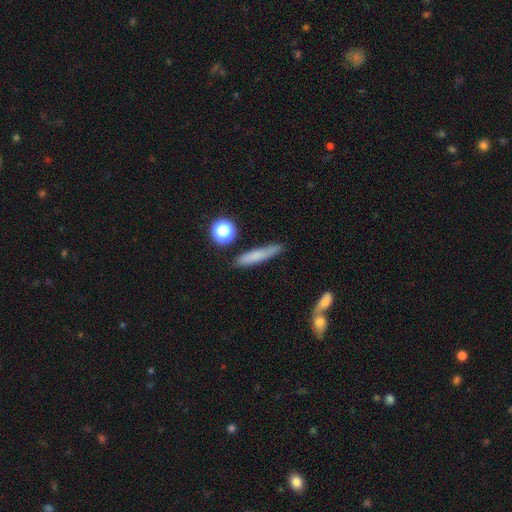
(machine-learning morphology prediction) smooth 72%, featured or disk 18%, star or artifact 10%. Down the decision tree: how rounded — cigar-shaped (86%); merging — none (80%).